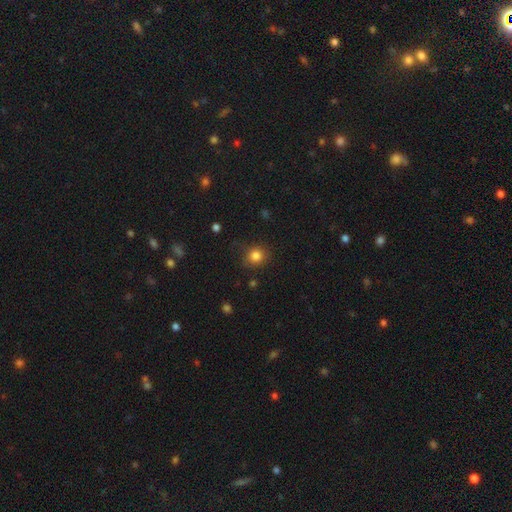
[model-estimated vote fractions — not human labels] The model was most divided on "merging": none: 82%, minor disturbance: 13%, major disturbance: 4%, merger: 1%. More confident: how rounded — round (84%); smooth or featured — smooth (83%).